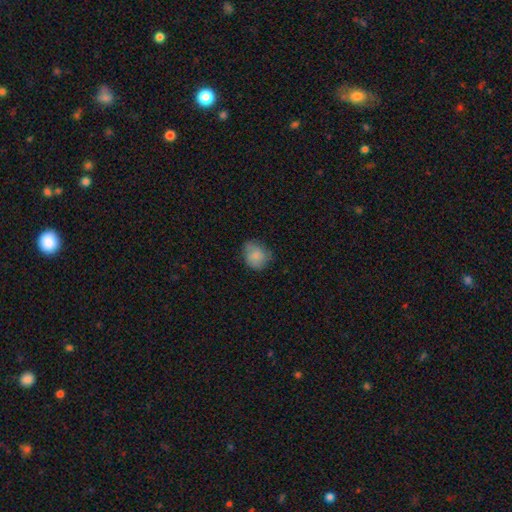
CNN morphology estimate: This appears to be a smooth galaxy with no disk features (79%) that is round (64%). Merging: none (66%).